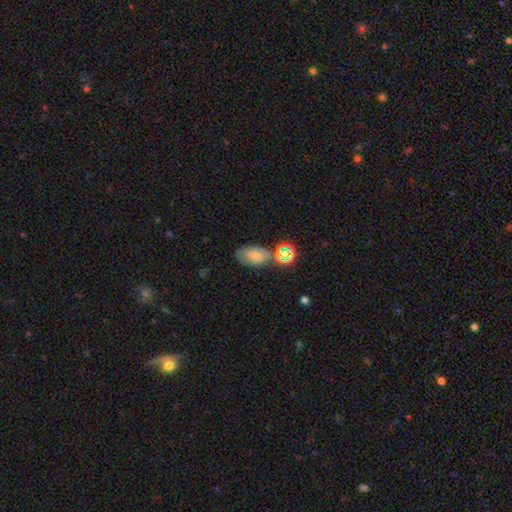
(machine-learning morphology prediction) A smooth galaxy with no disk features (70%) that is in between round and cigar-shaped (88%).

Vote fractions:
- Smooth or featured? smooth: 70% / star or artifact: 17% / featured or disk: 14%
- How rounded? in between: 88% / round: 10% / cigar-shaped: 2%
- Merging? none: 61% / minor disturbance: 19% / merger: 14% / major disturbance: 6%